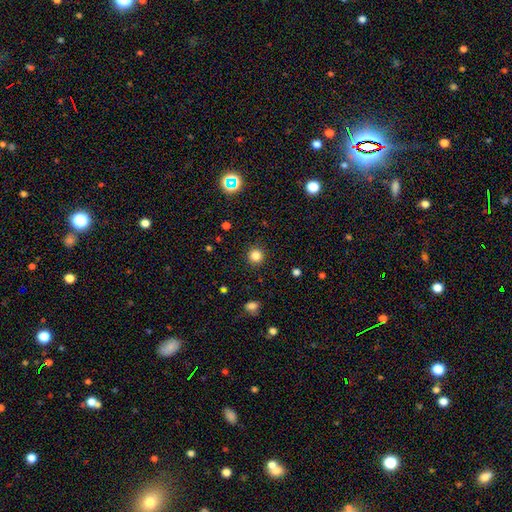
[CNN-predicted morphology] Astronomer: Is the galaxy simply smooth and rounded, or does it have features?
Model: smooth — 83%.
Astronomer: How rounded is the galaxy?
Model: round — 94%.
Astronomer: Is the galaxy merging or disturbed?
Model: none — 91%.